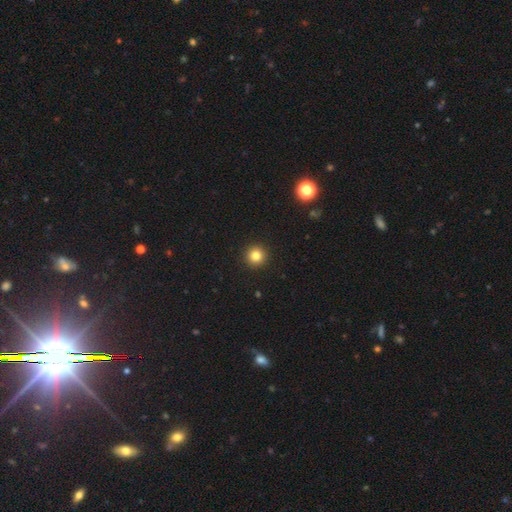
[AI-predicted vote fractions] Morphology: type=smooth (82%); roundness=round (96%); merging=none (93%).